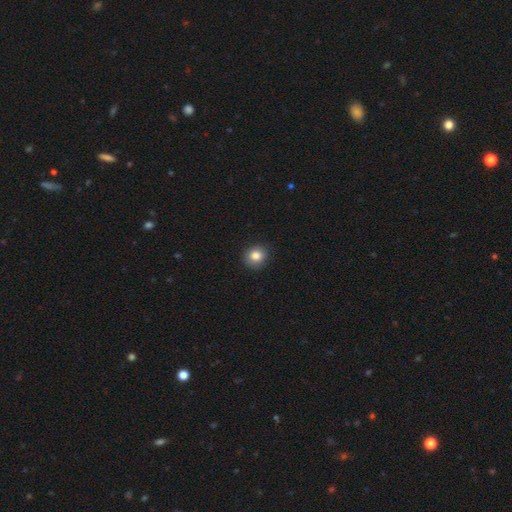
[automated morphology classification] Overall: smooth (84%). How rounded: round (79%). Merging: none (88%).